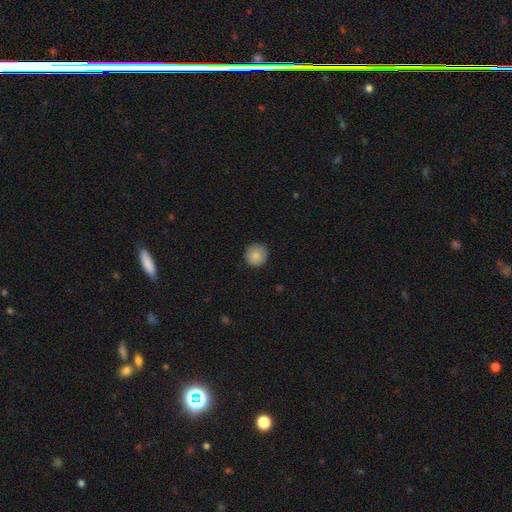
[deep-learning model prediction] A smooth galaxy with no disk features (87%) that is round (95%). Merging: none (89%).